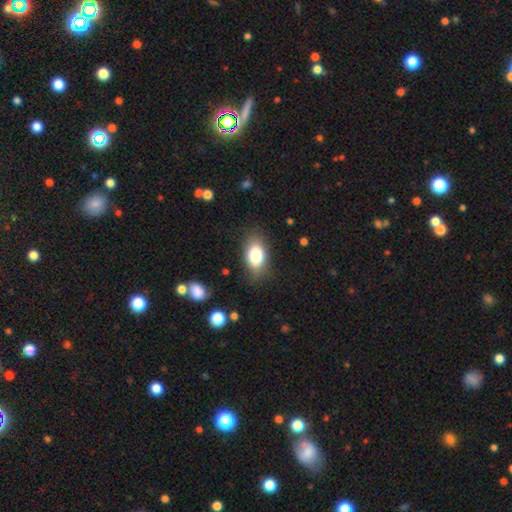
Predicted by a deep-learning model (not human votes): Smooth or featured? smooth (80%)
How rounded? in between (88%)
Merging? none (79%)